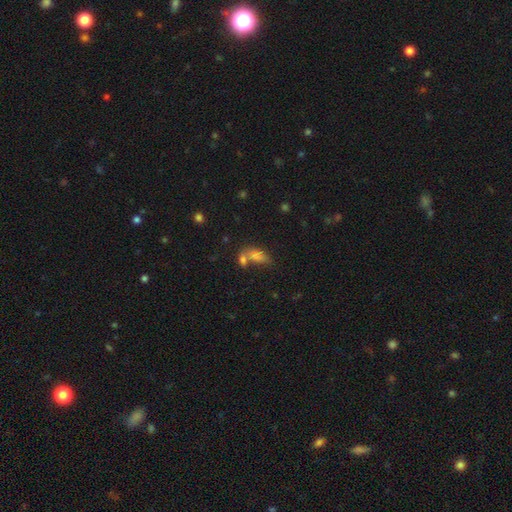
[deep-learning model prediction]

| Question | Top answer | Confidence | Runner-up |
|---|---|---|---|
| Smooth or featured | smooth | 76% | featured or disk (12%) |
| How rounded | in between | 84% | cigar-shaped (10%) |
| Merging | merger | 45% | none (33%) |